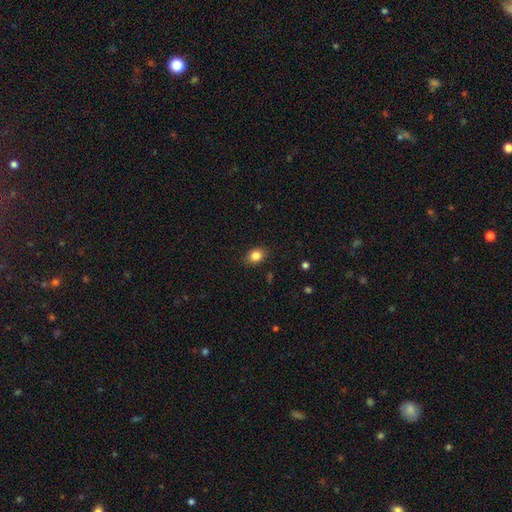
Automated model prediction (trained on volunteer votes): A smooth galaxy with no disk features (84%) that is in between round and cigar-shaped (57%).

Vote fractions:
- Smooth or featured? smooth: 84% / star or artifact: 10% / featured or disk: 6%
- How rounded? in between: 57% / round: 42% / cigar-shaped: 1%
- Merging? none: 86% / minor disturbance: 10% / major disturbance: 2% / merger: 1%